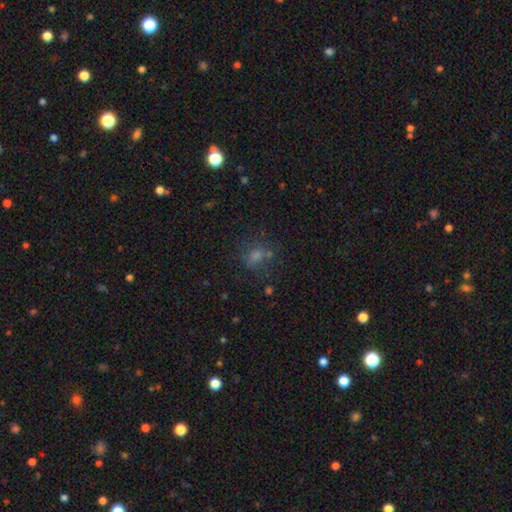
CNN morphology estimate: Smooth or featured? Predicted: smooth (p=0.52). How rounded? Predicted: round (p=0.64). Merging? Predicted: none (p=0.65).